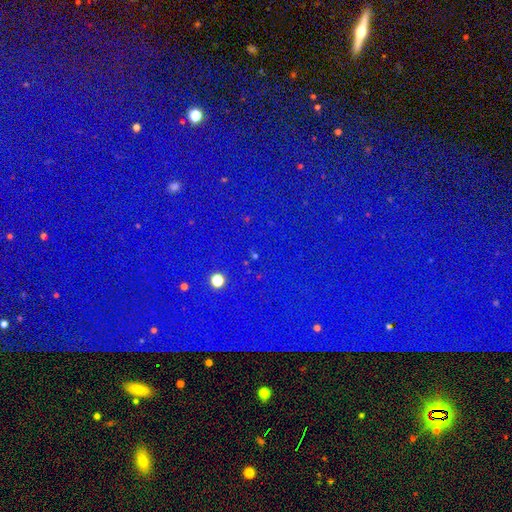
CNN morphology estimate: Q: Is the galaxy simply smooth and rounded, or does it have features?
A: star or artifact — 84%.